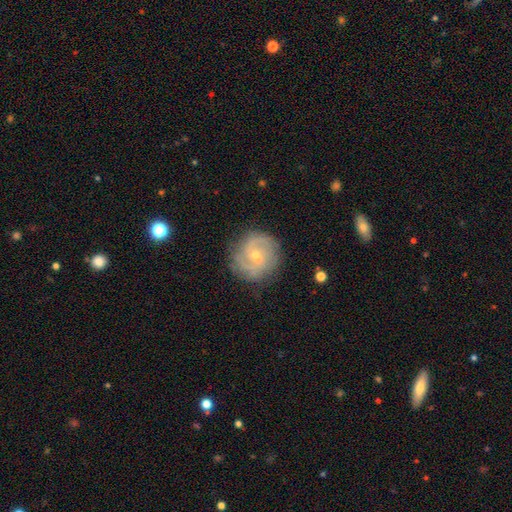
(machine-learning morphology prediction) This appears to be a featured or disk galaxy (80%) with a weak bar (46%), 2 (59%) medium (45%) spiral arms (94%) and a small central bulge (71%). Merging: none (81%).